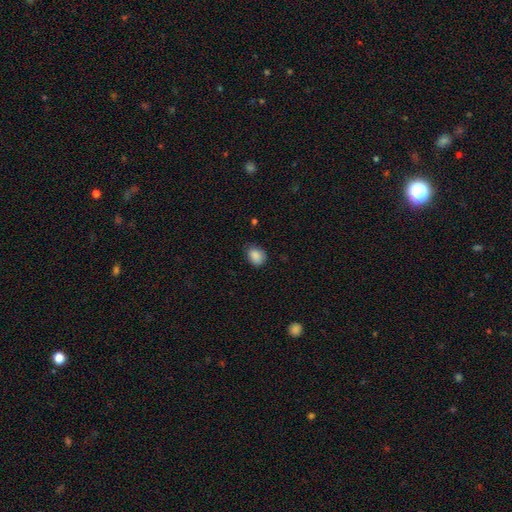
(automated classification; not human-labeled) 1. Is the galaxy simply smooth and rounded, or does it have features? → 87% smooth, 8% star or artifact, 4% featured or disk.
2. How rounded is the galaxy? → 59% in between, 40% round, 1% cigar-shaped.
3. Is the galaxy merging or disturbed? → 70% none, 24% minor disturbance, 4% major disturbance, 1% merger.